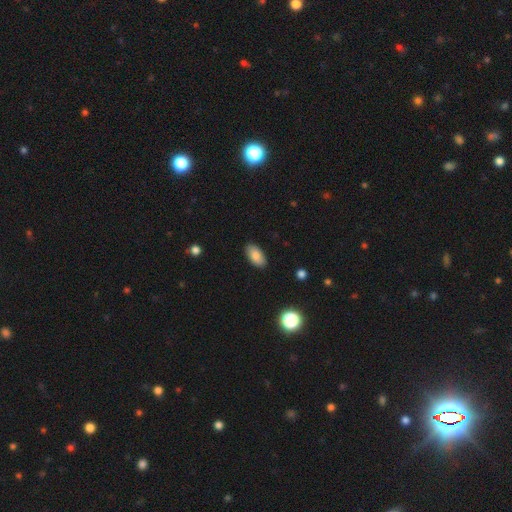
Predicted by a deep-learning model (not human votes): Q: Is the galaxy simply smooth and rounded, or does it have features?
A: smooth — 84%.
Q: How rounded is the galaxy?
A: in between — 94%.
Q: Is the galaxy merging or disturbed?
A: none — 88%.